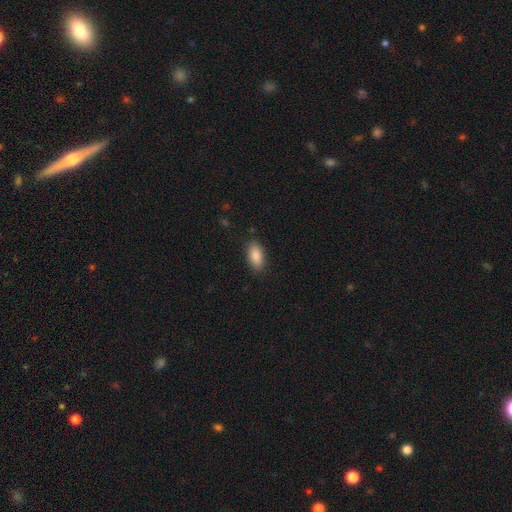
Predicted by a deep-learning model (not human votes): Smooth or featured? smooth (88%)
How rounded? in between (91%)
Merging? none (86%)